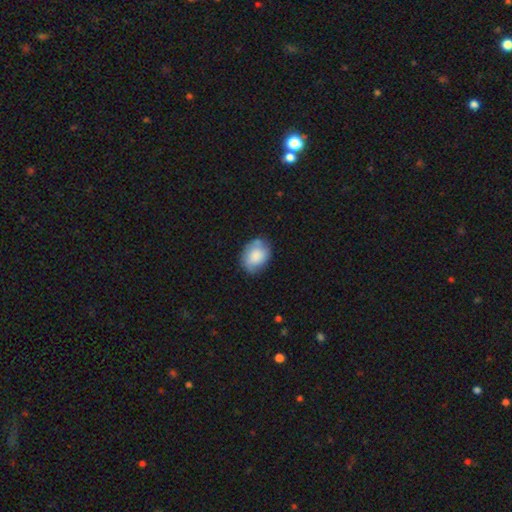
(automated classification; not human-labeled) smooth_or_featured: smooth (p=0.80) [alt: featured or disk p=0.13]
how_rounded: in between (p=0.62) [alt: round p=0.37]
merging: none (p=0.63) [alt: minor disturbance p=0.25]